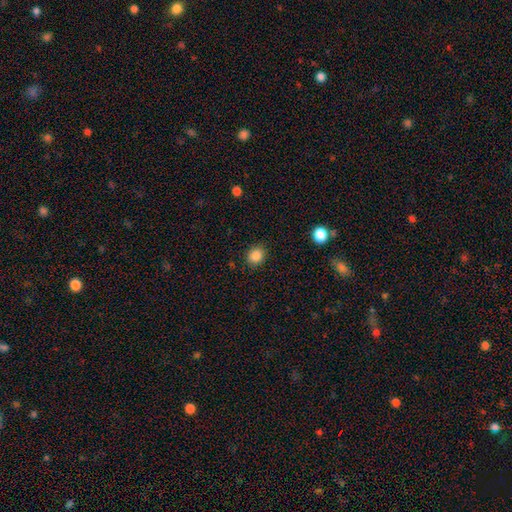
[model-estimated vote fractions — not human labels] Q: Smooth or featured?
A: smooth (86%); runner-up: star or artifact (10%)
Q: How rounded?
A: round (67%); runner-up: in between (32%)
Q: Merging?
A: none (89%); runner-up: minor disturbance (8%)